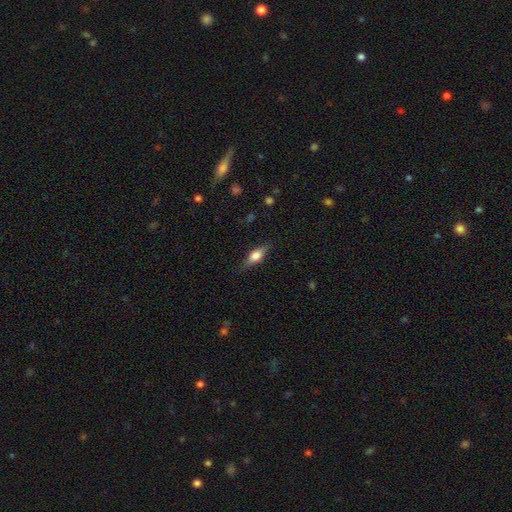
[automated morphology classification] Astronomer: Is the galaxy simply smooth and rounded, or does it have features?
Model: smooth — 53% (runner-up: featured or disk, 40%).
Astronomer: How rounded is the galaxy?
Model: in between — 61%.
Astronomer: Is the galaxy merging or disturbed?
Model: none — 81%.